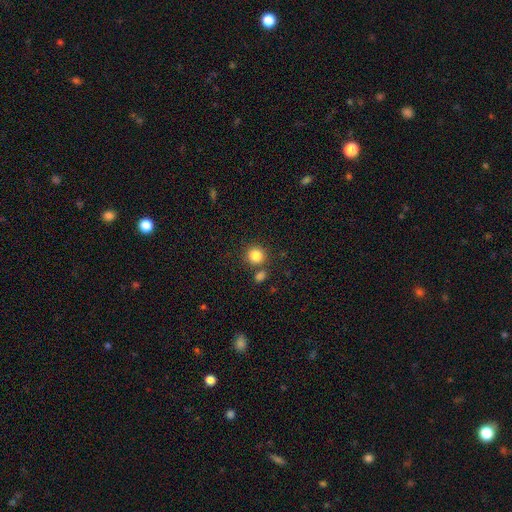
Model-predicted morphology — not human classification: smooth_or_featured: smooth (p=0.85) [alt: star or artifact p=0.10]
how_rounded: round (p=0.88) [alt: in between p=0.11]
merging: none (p=0.75) [alt: merger p=0.14]